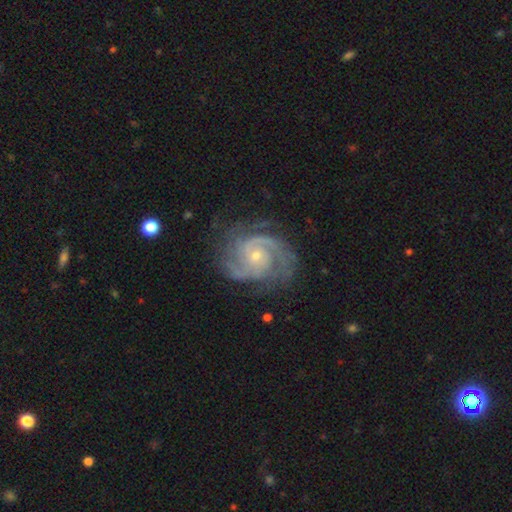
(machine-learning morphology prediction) Smooth or featured: featured or disk — 91% (star or artifact — 5%)
Edge-on disk: no — 98% (yes — 2%)
Bar: no — 70% (weak — 25%)
Spiral arms: yes — 98% (no — 2%)
Spiral winding: tight — 56% (medium — 38%)
Spiral arm count: 2 — 45% (3 — 25%)
Bulge size: small — 62% (moderate — 34%)
Merging: none — 73% (minor disturbance — 18%)